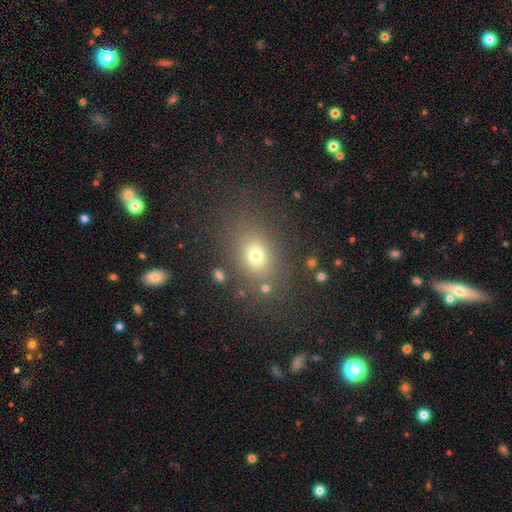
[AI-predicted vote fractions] A smooth galaxy with no disk features (71%) that is in between round and cigar-shaped (60%). Merging: none (77%).